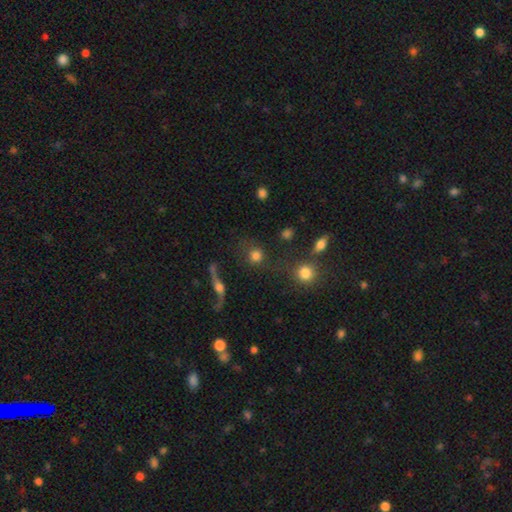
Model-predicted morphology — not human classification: type=smooth (75%); roundness=round (90%); merging=none (66%).